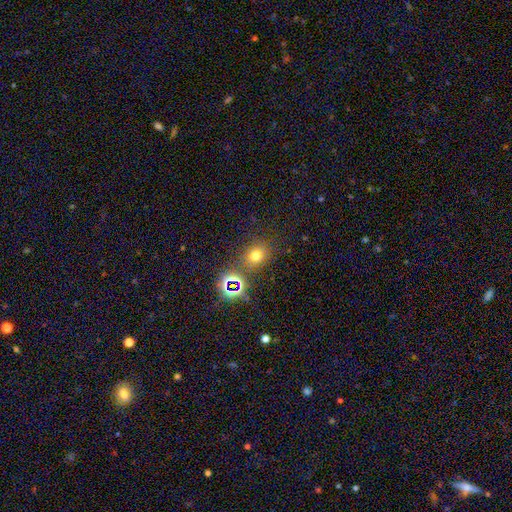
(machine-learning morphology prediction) Smooth or featured? Predicted: smooth (p=0.63). How rounded? Predicted: round (p=0.65). Merging? Predicted: none (p=0.78).